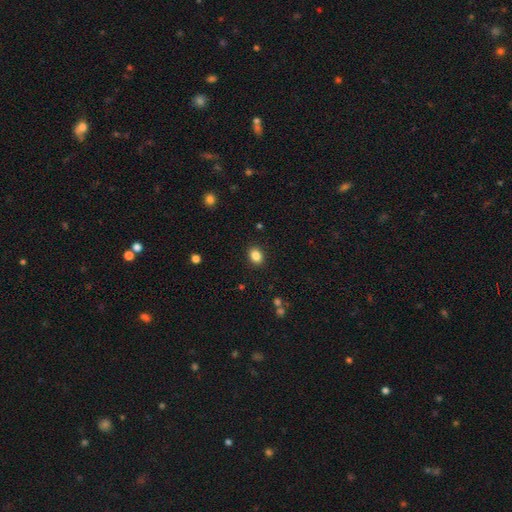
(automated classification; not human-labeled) Smooth or featured? Predicted: smooth (p=0.85). How rounded? Predicted: in between (p=0.64). Merging? Predicted: none (p=0.89).